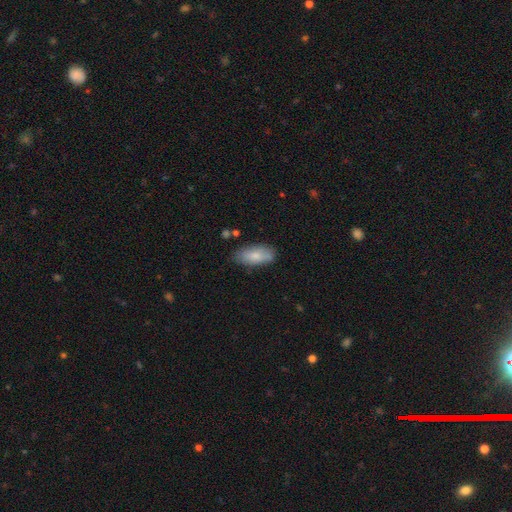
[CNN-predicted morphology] Smooth or featured: smooth — 79% (featured or disk — 15%)
How rounded: in between — 87% (cigar-shaped — 11%)
Merging: none — 73% (minor disturbance — 20%)